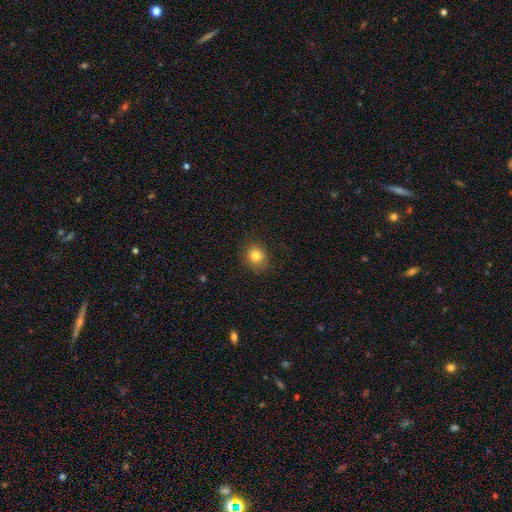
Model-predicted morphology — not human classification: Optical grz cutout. It shows a smooth galaxy with no disk features (81%) that is round (77%). Merging: none (85%).